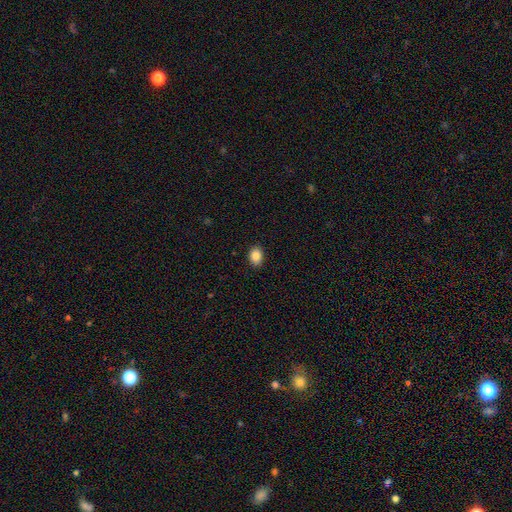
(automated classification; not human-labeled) A smooth galaxy with no disk features (87%) that is in between round and cigar-shaped (72%).

Vote fractions:
- Smooth or featured? smooth: 87% / star or artifact: 8% / featured or disk: 4%
- How rounded? in between: 72% / round: 27% / cigar-shaped: 1%
- Merging? none: 89% / minor disturbance: 9% / major disturbance: 2% / merger: 1%